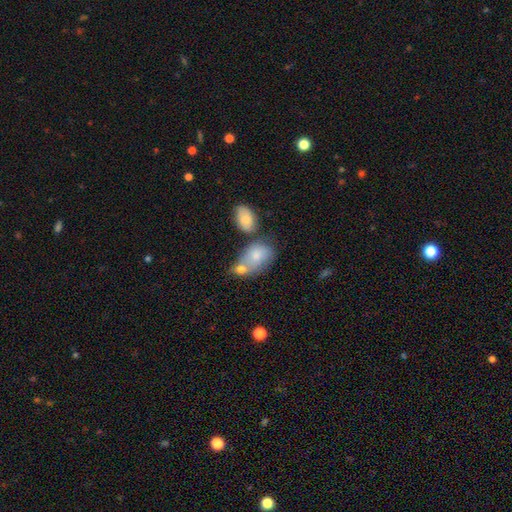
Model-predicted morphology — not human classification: smooth-or-featured: smooth: 75% | featured or disk: 18% | star or artifact: 8%
  how-rounded: in between: 85% | round: 14% | cigar-shaped: 2%
  merging: merger: 42% | none: 31% | minor disturbance: 18% | major disturbance: 8%